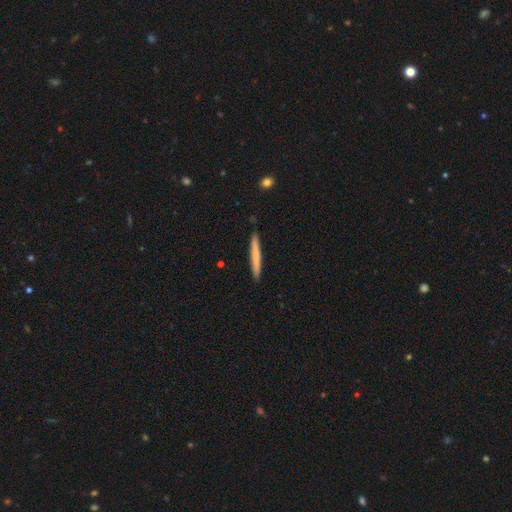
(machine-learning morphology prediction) type=smooth (65%); roundness=cigar-shaped (97%); merging=none (91%).